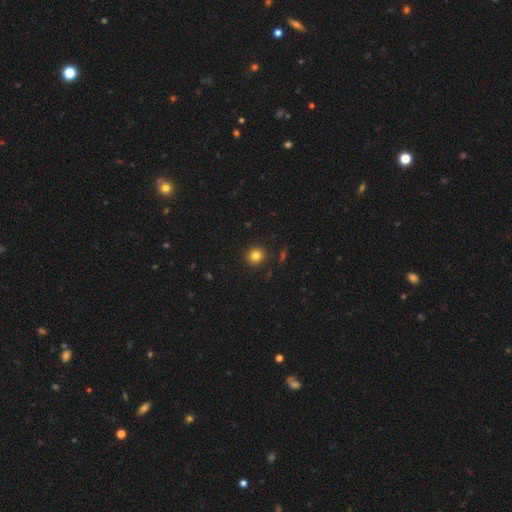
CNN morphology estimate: Smooth or featured?
  - smooth: 82% *
  - star or artifact: 12%
  - featured or disk: 5%
How rounded?
  - round: 90% *
  - in between: 9%
  - cigar-shaped: 1%
Merging?
  - none: 90% *
  - minor disturbance: 6%
  - major disturbance: 2%
  - merger: 2%